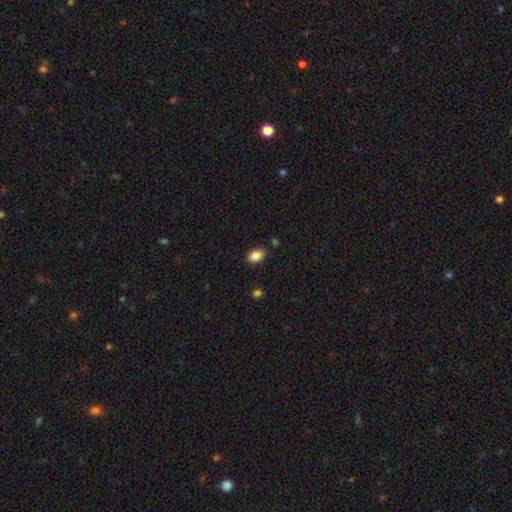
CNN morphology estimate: Q: Smooth or featured?
A: smooth (87%); runner-up: star or artifact (8%)
Q: How rounded?
A: in between (84%); runner-up: round (14%)
Q: Merging?
A: none (83%); runner-up: minor disturbance (11%)